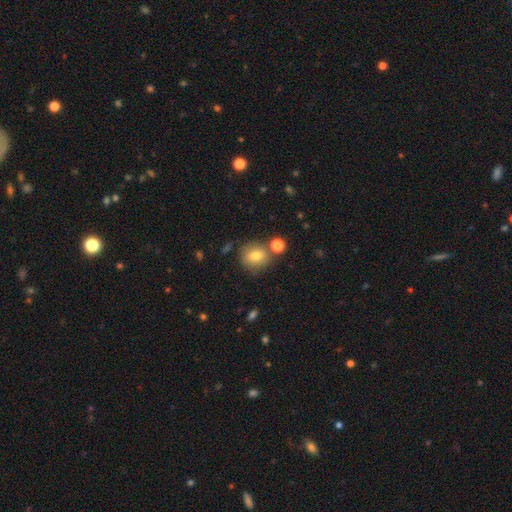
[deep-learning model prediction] Smooth or featured?
  - smooth: 75% *
  - featured or disk: 13%
  - star or artifact: 11%
How rounded?
  - round: 76% *
  - in between: 22%
  - cigar-shaped: 1%
Merging?
  - none: 70% *
  - merger: 13%
  - minor disturbance: 13%
  - major disturbance: 4%